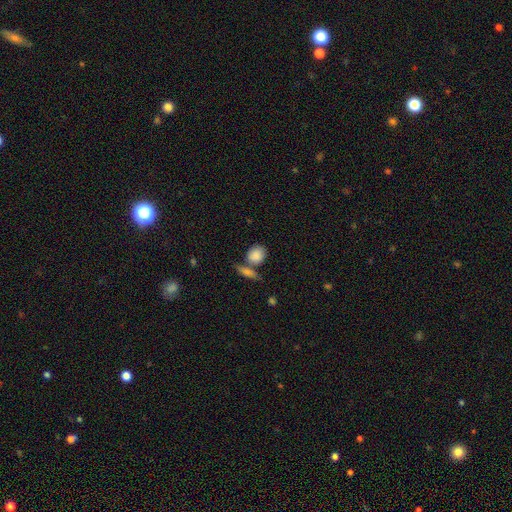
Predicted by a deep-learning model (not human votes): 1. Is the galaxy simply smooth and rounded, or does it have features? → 84% smooth, 9% featured or disk, 7% star or artifact.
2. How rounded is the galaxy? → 64% round, 33% in between, 3% cigar-shaped.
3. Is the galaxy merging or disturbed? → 54% none, 27% merger, 14% minor disturbance, 5% major disturbance.